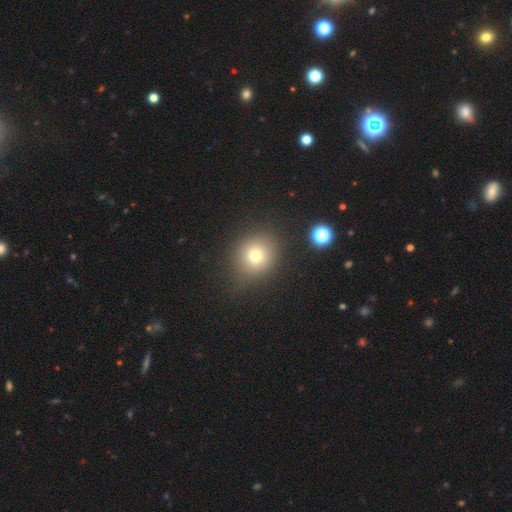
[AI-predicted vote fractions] A smooth galaxy with no disk features (73%) that is round (78%).

Vote fractions:
- Smooth or featured? smooth: 73% / star or artifact: 16% / featured or disk: 11%
- How rounded? round: 78% / in between: 21% / cigar-shaped: 1%
- Merging? none: 79% / minor disturbance: 12% / major disturbance: 5% / merger: 3%